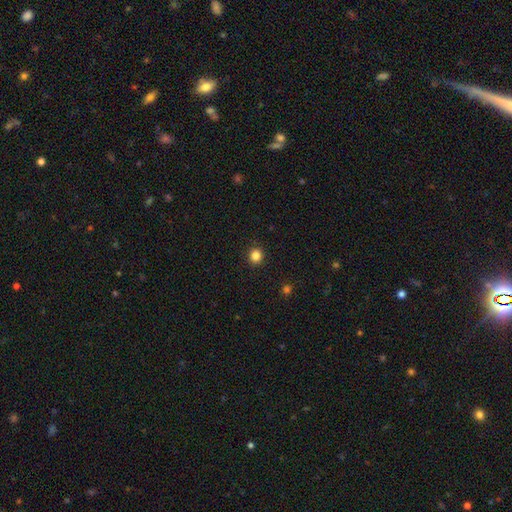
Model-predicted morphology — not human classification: A smooth galaxy with no disk features (84%) that is round (89%).

Vote fractions:
- Smooth or featured? smooth: 84% / star or artifact: 12% / featured or disk: 4%
- How rounded? round: 89% / in between: 10% / cigar-shaped: 1%
- Merging? none: 92% / minor disturbance: 5% / major disturbance: 2% / merger: 1%